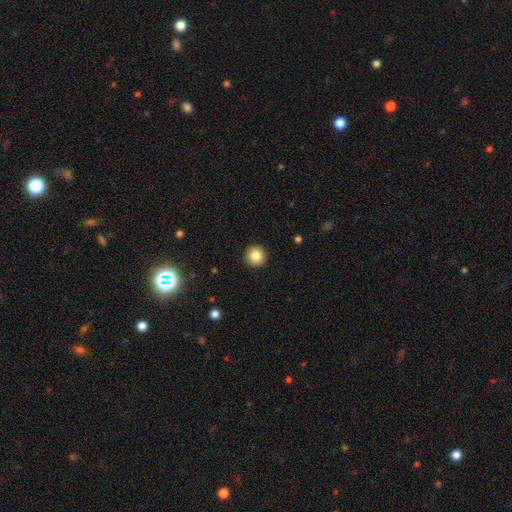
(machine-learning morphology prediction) Smooth or featured? Predicted: smooth (p=0.85). How rounded? Predicted: round (p=0.95). Merging? Predicted: none (p=0.93).